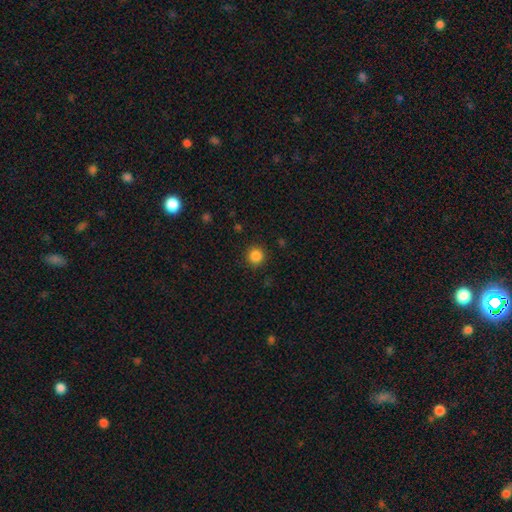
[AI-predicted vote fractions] A smooth galaxy with no disk features (86%) that is round (93%). Merging: none (90%).